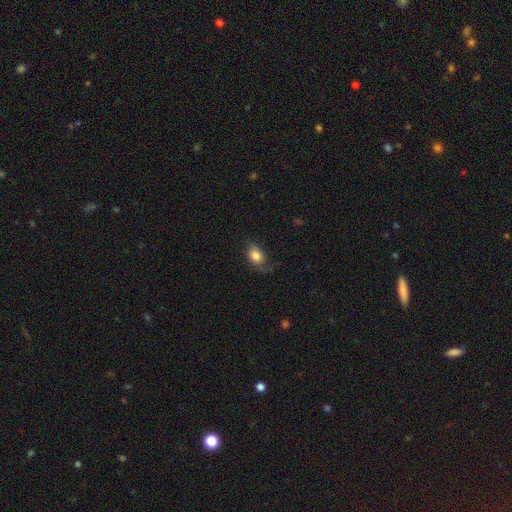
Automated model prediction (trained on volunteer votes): Smooth or featured? Predicted: smooth (p=0.79). How rounded? Predicted: in between (p=0.76). Merging? Predicted: none (p=0.54).